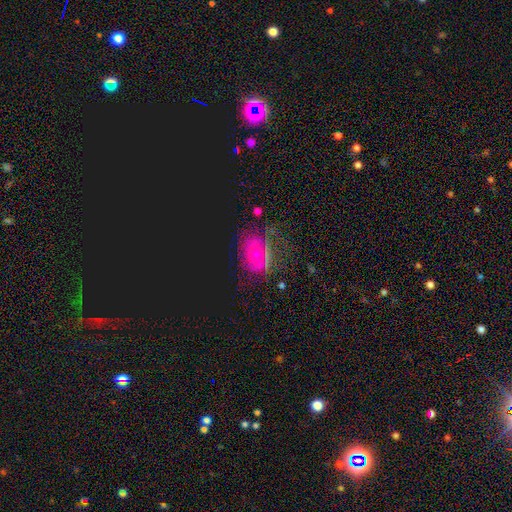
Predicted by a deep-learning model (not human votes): Morphology: type=star or artifact (44%).